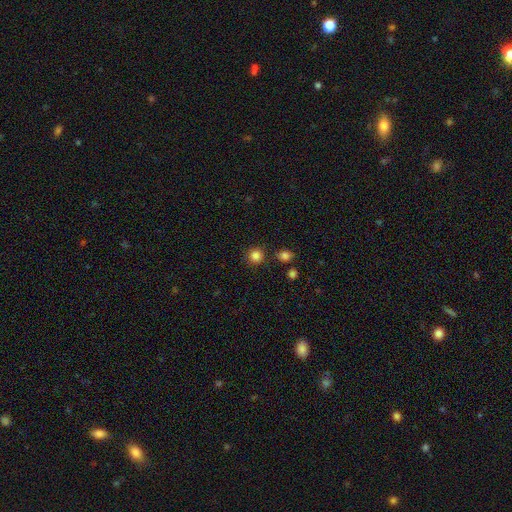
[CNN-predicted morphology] A smooth galaxy with no disk features (84%) that is round (93%). Merging: none (85%).